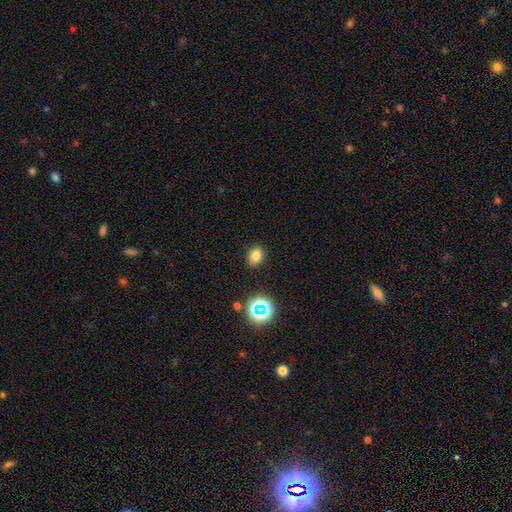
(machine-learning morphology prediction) Overall: smooth (78%). How rounded: round (55%; in between 44%). Merging: none (87%).